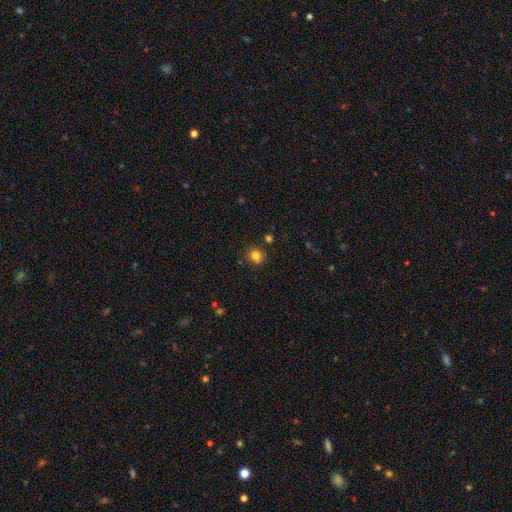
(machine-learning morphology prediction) type=smooth (80%); roundness=round (83%); merging=none (81%).